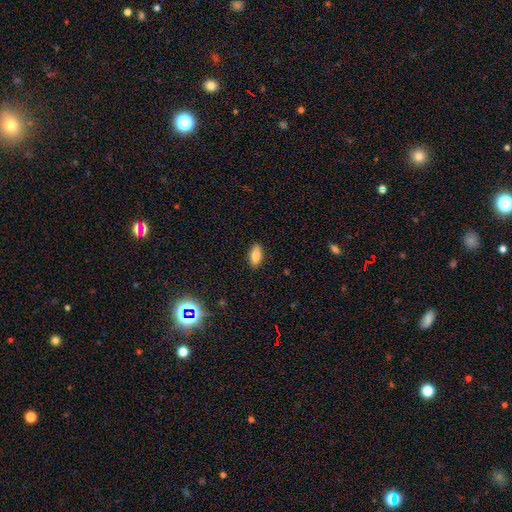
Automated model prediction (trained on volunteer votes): A smooth galaxy with no disk features (85%) that is in between round and cigar-shaped (86%).

Vote fractions:
- Smooth or featured? smooth: 85% / star or artifact: 8% / featured or disk: 7%
- How rounded? in between: 86% / cigar-shaped: 11% / round: 2%
- Merging? none: 88% / minor disturbance: 9% / major disturbance: 2% / merger: 1%